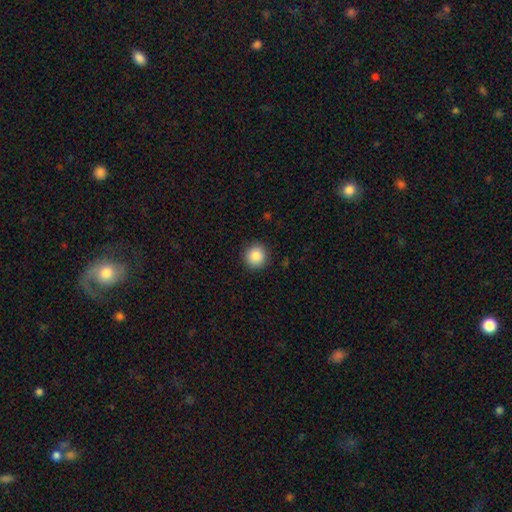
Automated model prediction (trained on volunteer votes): Morphology: type=smooth (87%); roundness=round (93%); merging=none (91%).